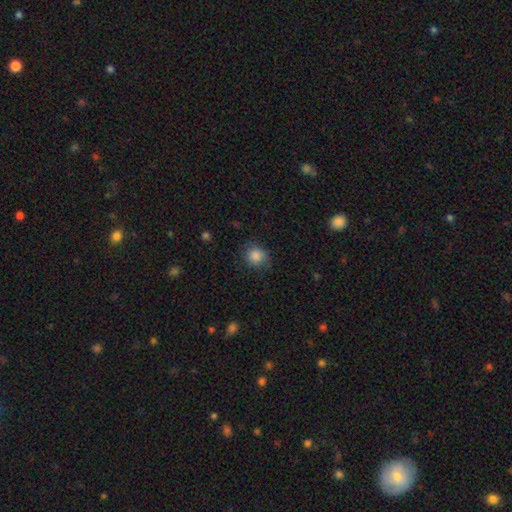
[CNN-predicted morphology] Smooth or featured? Predicted: smooth (p=0.86). How rounded? Predicted: round (p=0.86). Merging? Predicted: none (p=0.81).